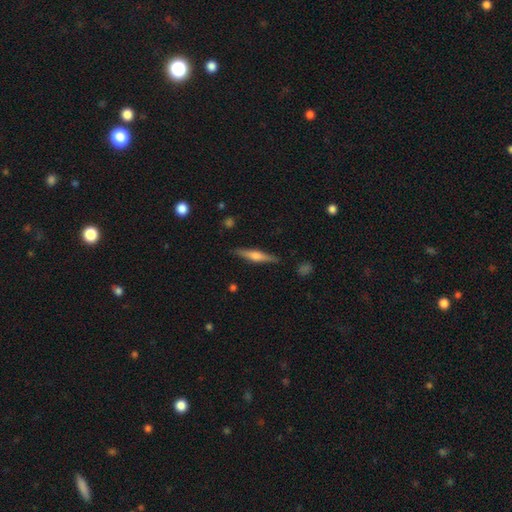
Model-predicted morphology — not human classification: Smooth or featured: featured or disk — 61% (smooth — 33%)
Edge-on disk: yes — 97% (no — 3%)
Edge-on bulge: rounded — 87% (boxy — 8%)
Merging: none — 89% (minor disturbance — 8%)